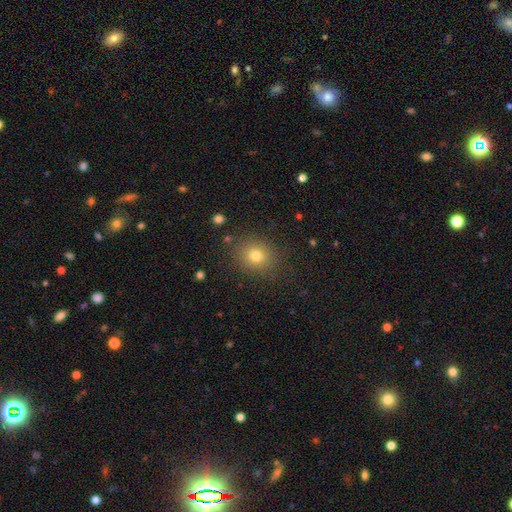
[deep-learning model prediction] Smooth or featured? Predicted: smooth (p=0.77). How rounded? Predicted: round (p=0.71). Merging? Predicted: none (p=0.85).